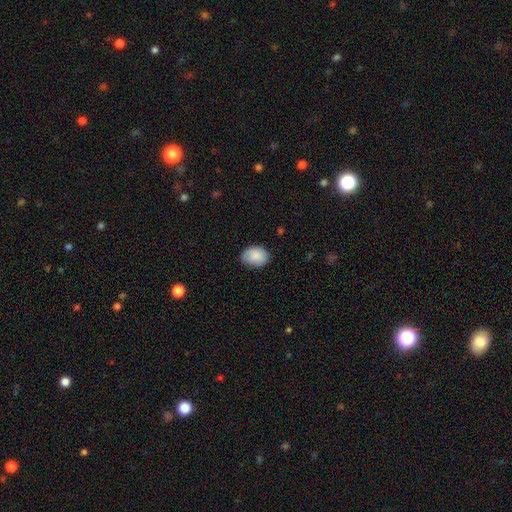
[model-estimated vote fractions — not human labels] Smooth or featured? Predicted: smooth (p=0.83). How rounded? Predicted: in between (p=0.70). Merging? Predicted: none (p=0.74).